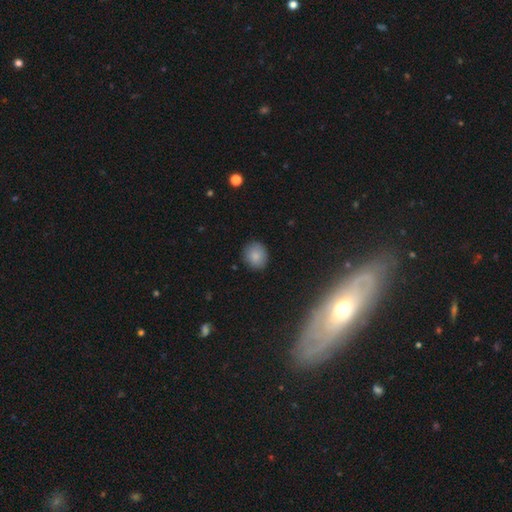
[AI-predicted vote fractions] Smooth or featured? Predicted: smooth (p=0.85). How rounded? Predicted: round (p=0.81). Merging? Predicted: none (p=0.87).